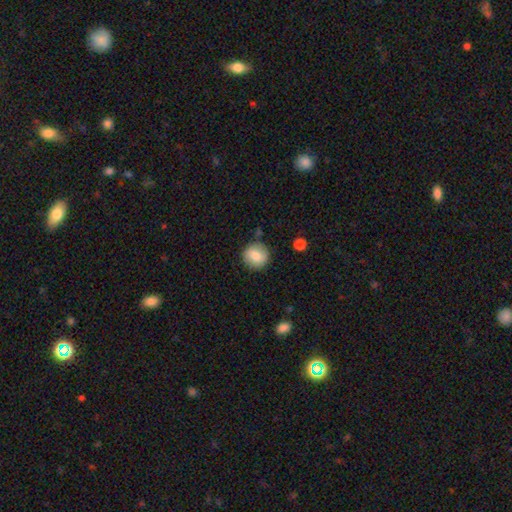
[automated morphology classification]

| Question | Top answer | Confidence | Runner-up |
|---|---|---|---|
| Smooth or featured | smooth | 80% | featured or disk (12%) |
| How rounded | round | 93% | in between (6%) |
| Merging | none | 85% | minor disturbance (10%) |